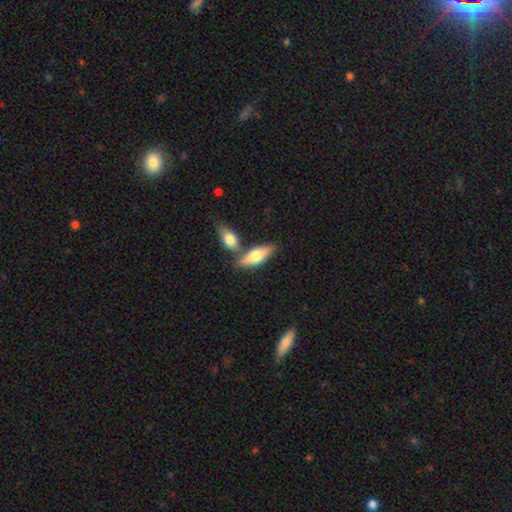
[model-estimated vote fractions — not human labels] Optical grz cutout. It shows a smooth galaxy with no disk features (69%) that is in between round and cigar-shaped (69%). Merging: none (51%).